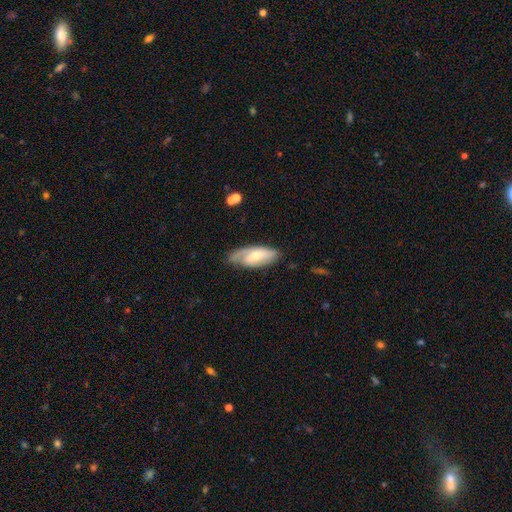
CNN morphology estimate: A featured or disk galaxy (61%) with no bar (53%), spiral arms (83%) and a moderate central bulge (49%). Merging: none (64%).